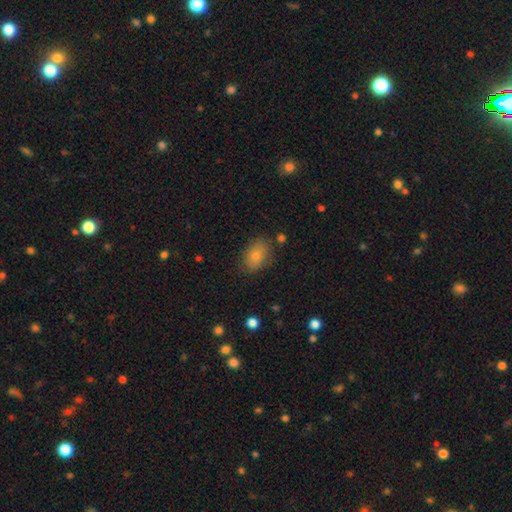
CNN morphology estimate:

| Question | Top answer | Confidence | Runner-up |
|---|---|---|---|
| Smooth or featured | smooth | 74% | featured or disk (13%) |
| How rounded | in between | 80% | round (18%) |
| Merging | none | 83% | minor disturbance (12%) |